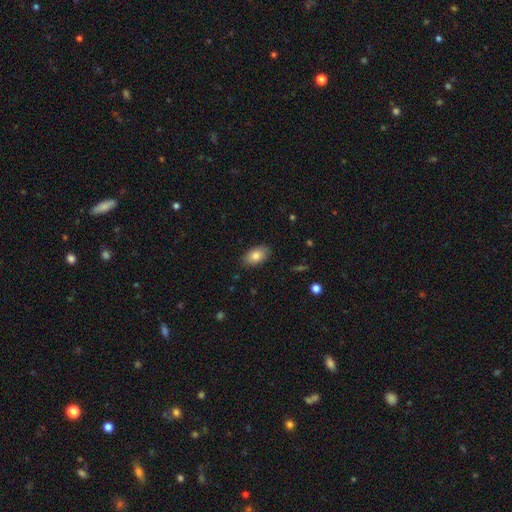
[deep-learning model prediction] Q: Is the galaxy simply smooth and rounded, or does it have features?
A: smooth — 82%.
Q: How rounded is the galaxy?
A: in between — 92%.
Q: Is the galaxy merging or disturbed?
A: none — 85%.